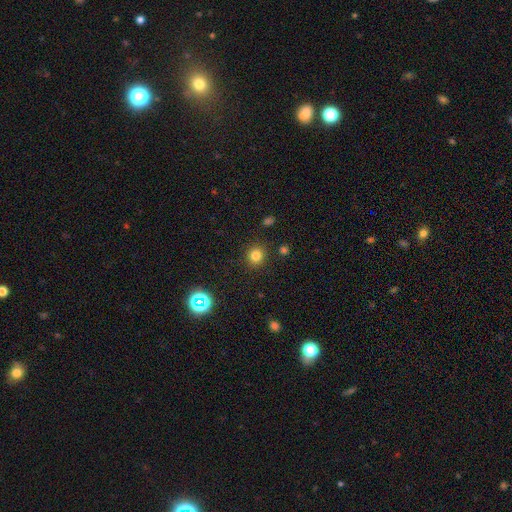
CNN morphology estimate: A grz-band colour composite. It shows a smooth galaxy with no disk features (80%) that is round (88%). Merging: none (89%).